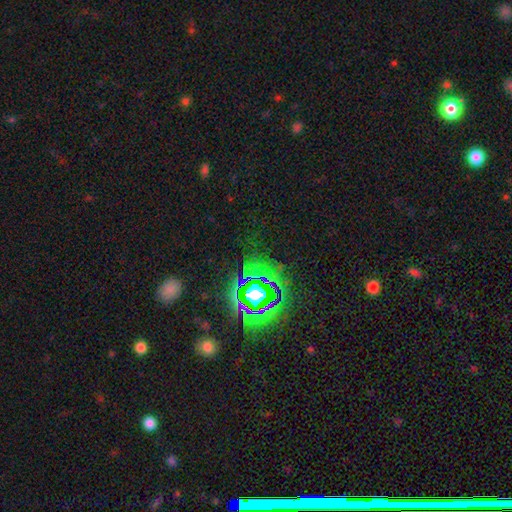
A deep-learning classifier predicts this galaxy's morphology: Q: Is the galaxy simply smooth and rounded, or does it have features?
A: star or artifact — 81%.